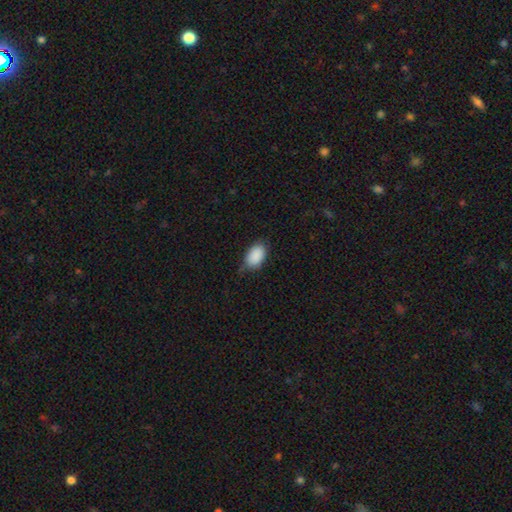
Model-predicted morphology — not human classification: smooth 89%, star or artifact 7%, featured or disk 4%. Down the decision tree: how rounded — in between (91%); merging — none (66%).